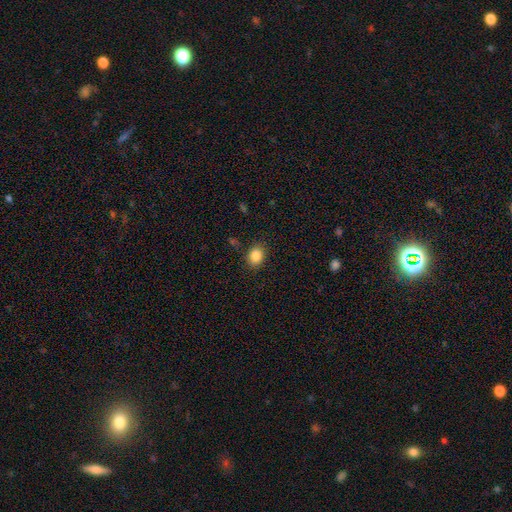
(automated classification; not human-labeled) This is clearly a smooth galaxy (86%). How rounded: possibly in between (53%). Merging: clearly none (85%).